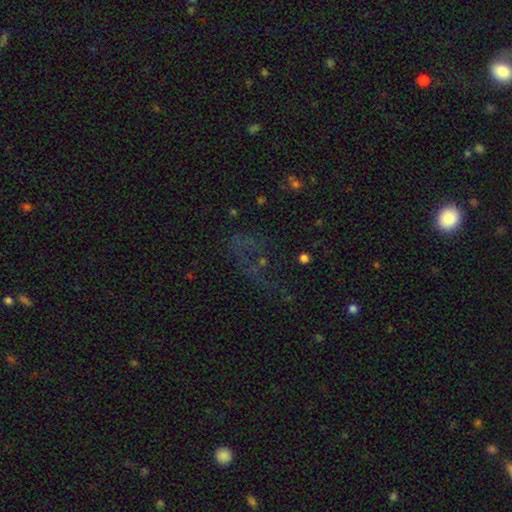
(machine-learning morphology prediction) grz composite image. It shows a star or artifact, not a galaxy (58%).